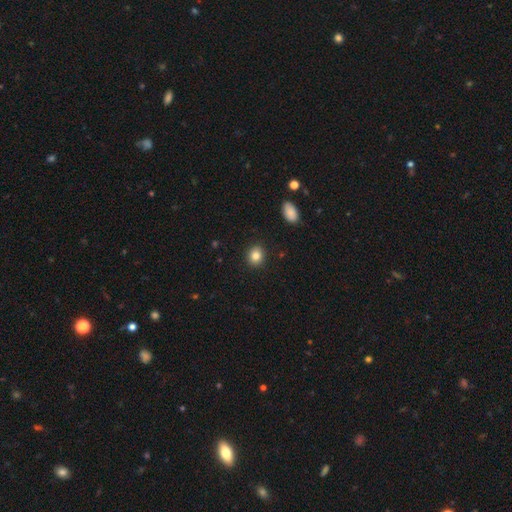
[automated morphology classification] A smooth galaxy with no disk features (84%) that is round (73%). Merging: none (91%).